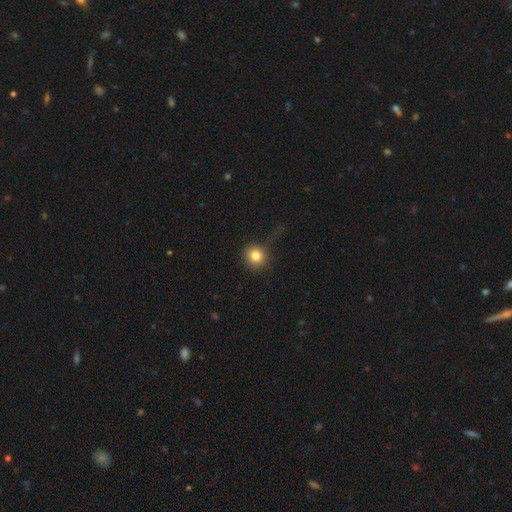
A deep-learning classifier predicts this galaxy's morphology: The model was most divided on "merging": none: 75%, minor disturbance: 15%, major disturbance: 8%, merger: 1%. More confident: how rounded — round (92%); smooth or featured — smooth (81%).